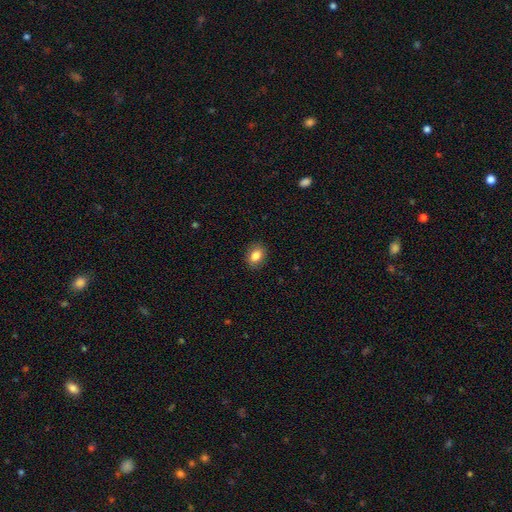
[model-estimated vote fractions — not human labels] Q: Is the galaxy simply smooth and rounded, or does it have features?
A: smooth — 85%.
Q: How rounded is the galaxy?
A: in between — 63%.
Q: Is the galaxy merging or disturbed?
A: none — 89%.